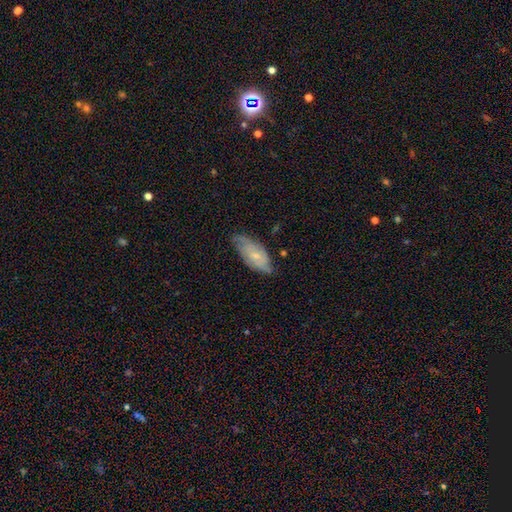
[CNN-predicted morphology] type=featured or disk (57%); edge-on=no (89%); bar=no (70%); spiral arms=yes (82%); bulge=small (66%); merging=none (63%).